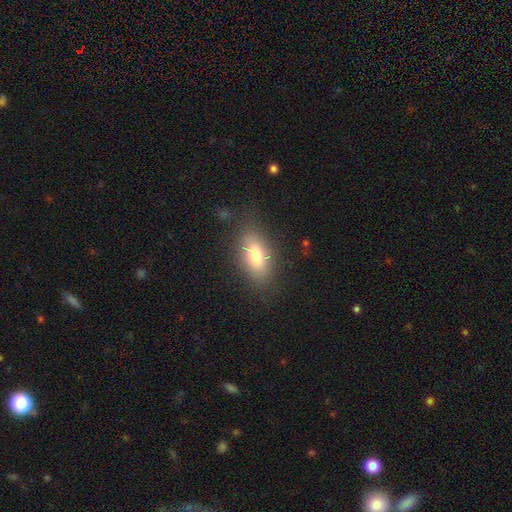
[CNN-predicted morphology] type=smooth (77%); roundness=in between (85%); merging=none (80%).